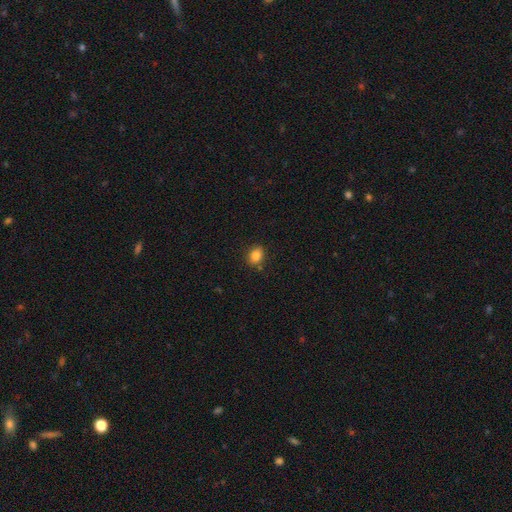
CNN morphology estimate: Q: Smooth or featured?
A: smooth (84%); runner-up: star or artifact (10%)
Q: How rounded?
A: in between (59%); runner-up: round (40%)
Q: Merging?
A: none (83%); runner-up: minor disturbance (11%)